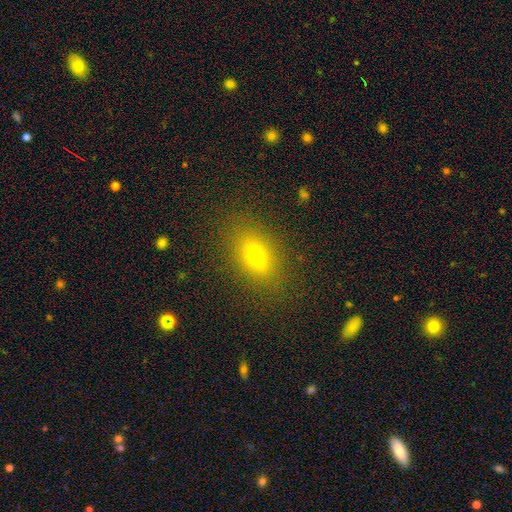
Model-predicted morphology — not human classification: Overall: smooth (67%). How rounded: in between (77%). Merging: none (85%).